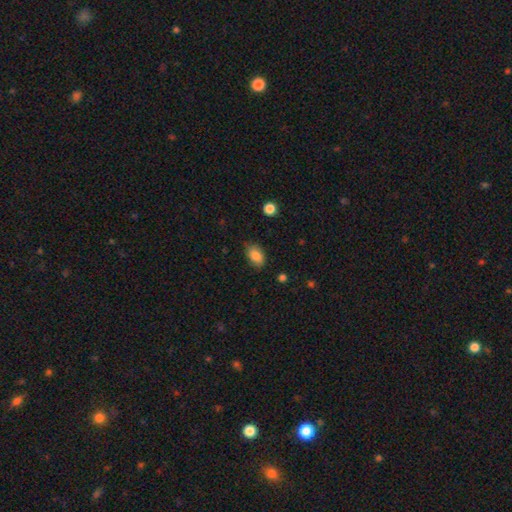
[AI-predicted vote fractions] smooth_or_featured: smooth (p=0.85) [alt: star or artifact p=0.08]
how_rounded: in between (p=0.86) [alt: round p=0.13]
merging: none (p=0.76) [alt: minor disturbance p=0.19]